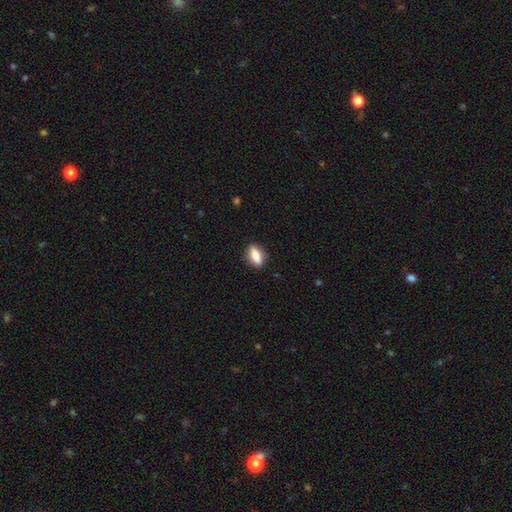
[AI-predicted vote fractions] smooth-or-featured: smooth: 76% | featured or disk: 17% | star or artifact: 7%
  how-rounded: in between: 71% | cigar-shaped: 23% | round: 6%
  merging: none: 86% | minor disturbance: 10% | major disturbance: 3% | merger: 1%